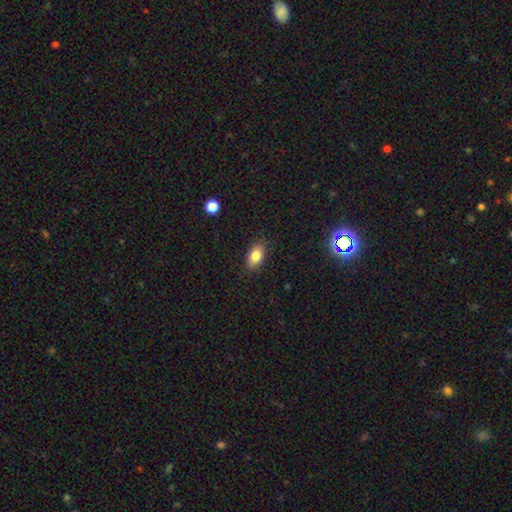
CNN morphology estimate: smooth-or-featured: smooth: 83% | featured or disk: 8% | star or artifact: 8%
  how-rounded: in between: 89% | round: 7% | cigar-shaped: 4%
  merging: none: 86% | minor disturbance: 10% | major disturbance: 2% | merger: 1%